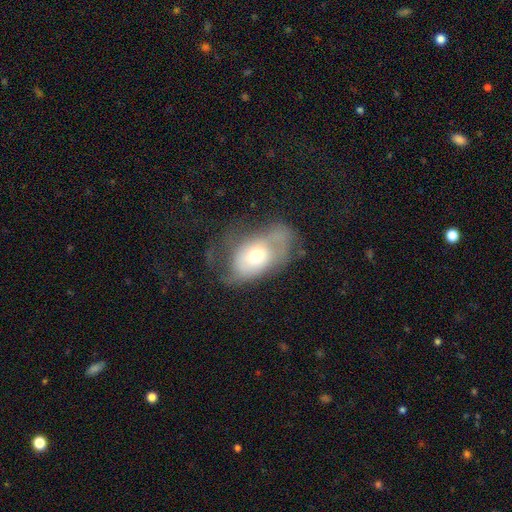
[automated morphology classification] smooth-or-featured: smooth: 50% | featured or disk: 41% | star or artifact: 9%
  how-rounded: in between: 80% | round: 19% | cigar-shaped: 2%
  merging: major disturbance: 42% | none: 28% | minor disturbance: 27% | merger: 3%